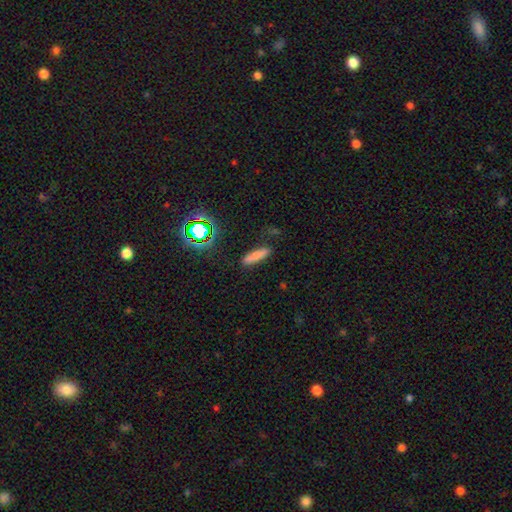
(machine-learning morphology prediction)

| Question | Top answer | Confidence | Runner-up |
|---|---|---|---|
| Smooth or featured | smooth | 72% | featured or disk (15%) |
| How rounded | cigar-shaped | 71% | in between (26%) |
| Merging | none | 81% | minor disturbance (13%) |